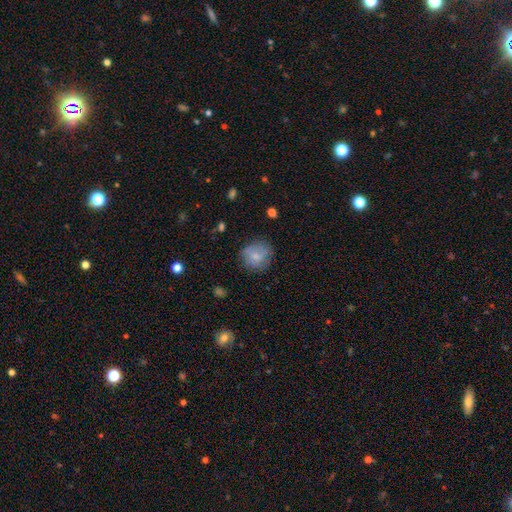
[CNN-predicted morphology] Smooth or featured? Predicted: smooth (p=0.66). How rounded? Predicted: round (p=0.83). Merging? Predicted: none (p=0.71).